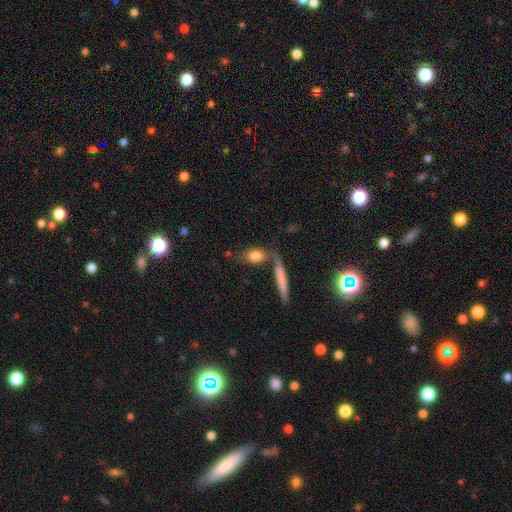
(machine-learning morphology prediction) Smooth or featured: smooth — 76% (featured or disk — 16%)
How rounded: in between — 64% (cigar-shaped — 20%)
Merging: none — 58% (merger — 23%)